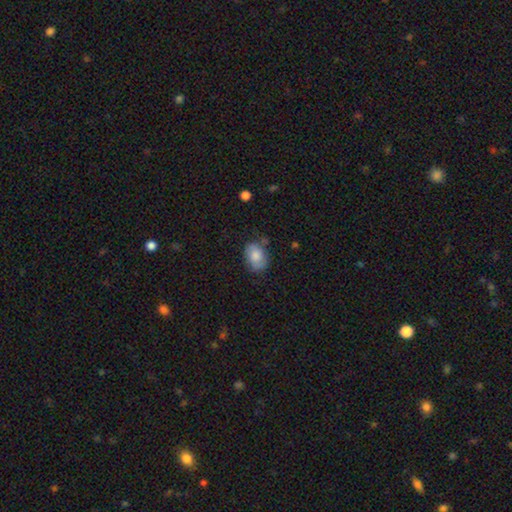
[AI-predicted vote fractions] Smooth or featured: smooth — 76% (featured or disk — 17%)
How rounded: in between — 79% (round — 20%)
Merging: none — 62% (minor disturbance — 27%)